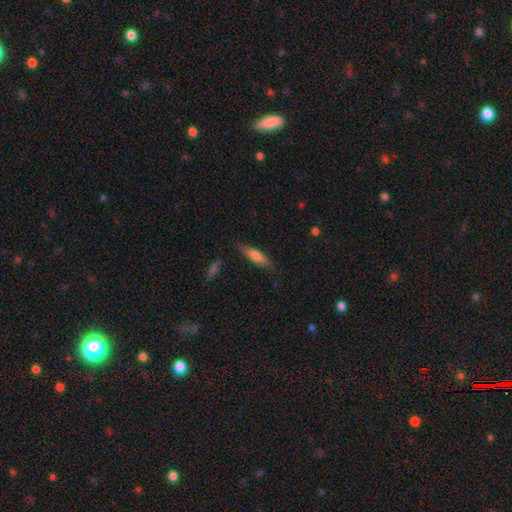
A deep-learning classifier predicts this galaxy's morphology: Overall: smooth (67%). How rounded: cigar-shaped (71%). Merging: none (83%).